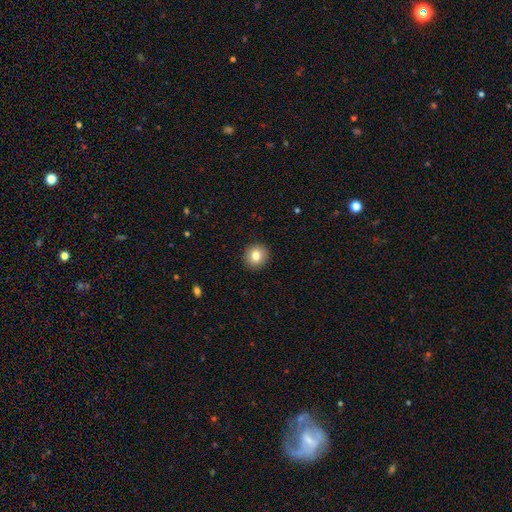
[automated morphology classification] Smooth or featured?
  - smooth: 82% *
  - star or artifact: 9%
  - featured or disk: 9%
How rounded?
  - round: 90% *
  - in between: 9%
  - cigar-shaped: 1%
Merging?
  - none: 92% *
  - minor disturbance: 5%
  - major disturbance: 2%
  - merger: 1%